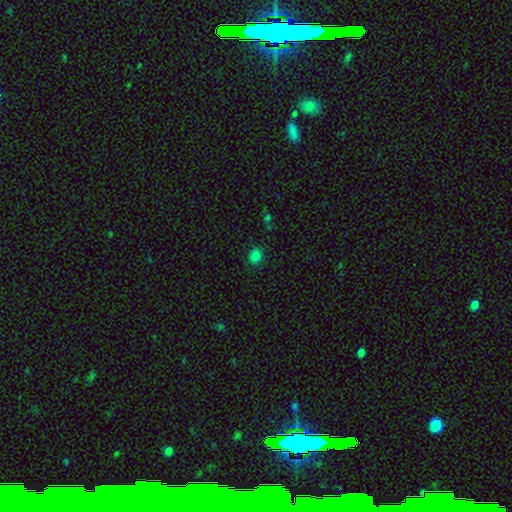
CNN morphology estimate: smooth_or_featured: smooth (p=0.81) [alt: star or artifact p=0.15]
how_rounded: round (p=0.77) [alt: in between p=0.22]
merging: none (p=0.88) [alt: minor disturbance p=0.08]